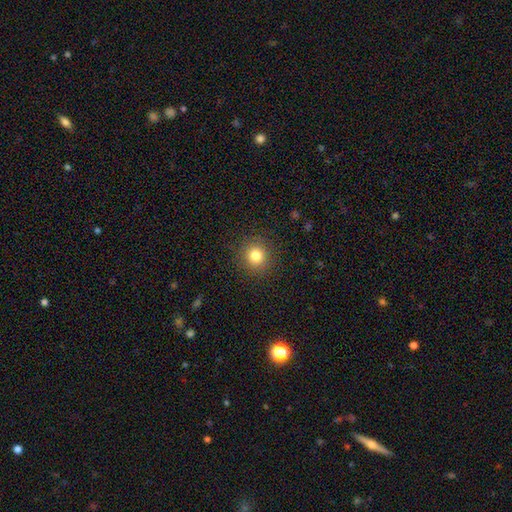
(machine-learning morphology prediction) Smooth or featured?
  - smooth: 81% *
  - star or artifact: 12%
  - featured or disk: 6%
How rounded?
  - round: 92% *
  - in between: 7%
  - cigar-shaped: 1%
Merging?
  - none: 90% *
  - minor disturbance: 6%
  - major disturbance: 3%
  - merger: 1%